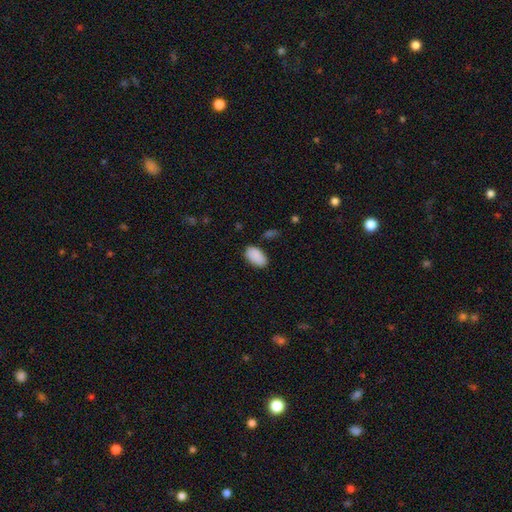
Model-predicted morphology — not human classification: A smooth galaxy with no disk features (89%) that is in between round and cigar-shaped (95%).

Vote fractions:
- Smooth or featured? smooth: 89% / star or artifact: 7% / featured or disk: 4%
- How rounded? in between: 95% / round: 4% / cigar-shaped: 2%
- Merging? none: 79% / minor disturbance: 15% / major disturbance: 3% / merger: 3%